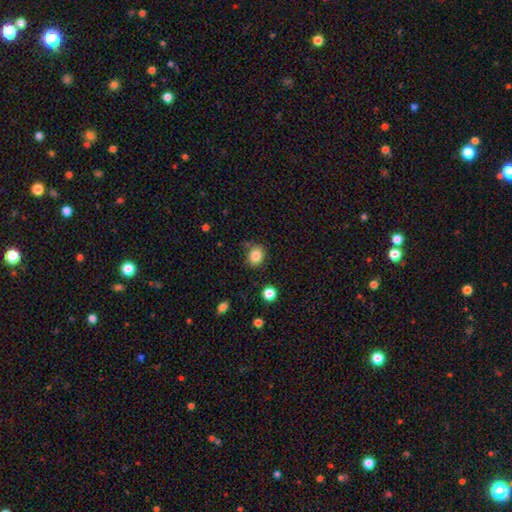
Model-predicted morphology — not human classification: Smooth or featured? Predicted: smooth (p=0.84). How rounded? Predicted: round (p=0.60). Merging? Predicted: none (p=0.74).